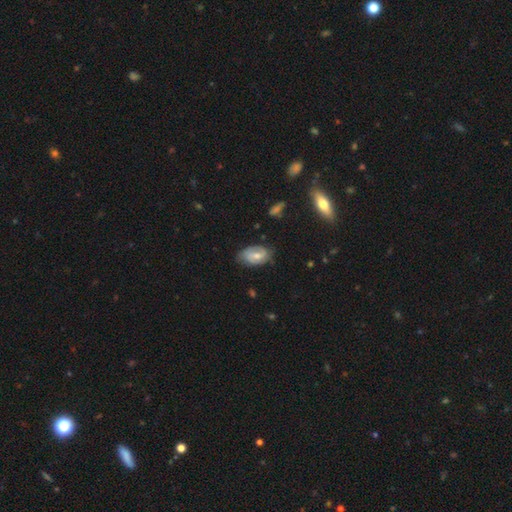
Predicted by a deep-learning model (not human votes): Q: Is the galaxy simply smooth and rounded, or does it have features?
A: featured or disk — 48%.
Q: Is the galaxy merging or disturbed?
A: none — 64%.